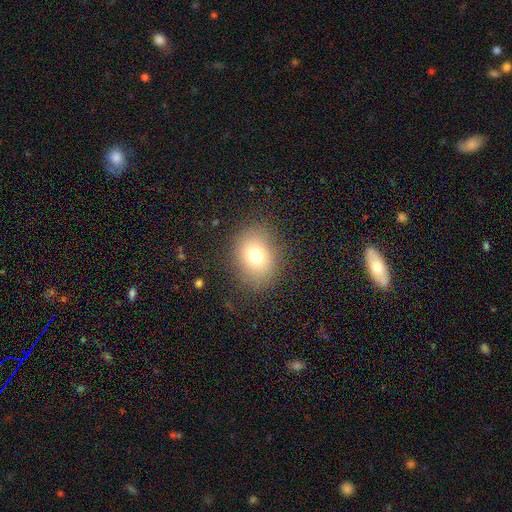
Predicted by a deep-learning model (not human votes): Morphology: type=smooth (73%); roundness=round (57%); merging=none (83%).